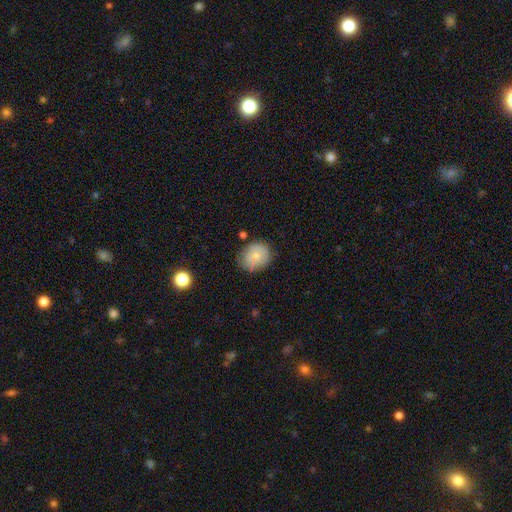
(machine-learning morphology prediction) Overall: smooth (76%). How rounded: round (62%; in between 37%). Merging: none (71%).